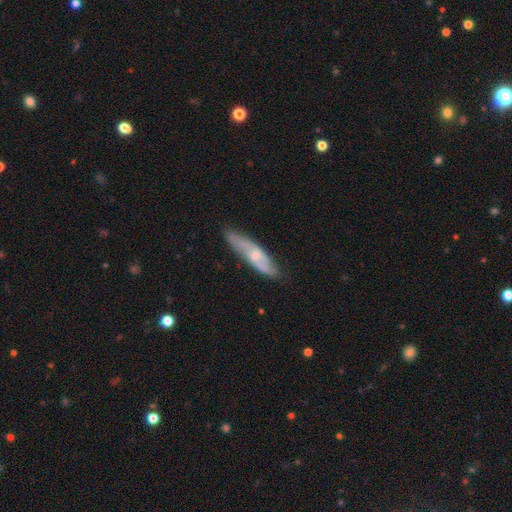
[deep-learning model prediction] This is possibly a featured or disk galaxy (58%). It is likely not viewed edge-on (66%). Merging: likely none (74%).